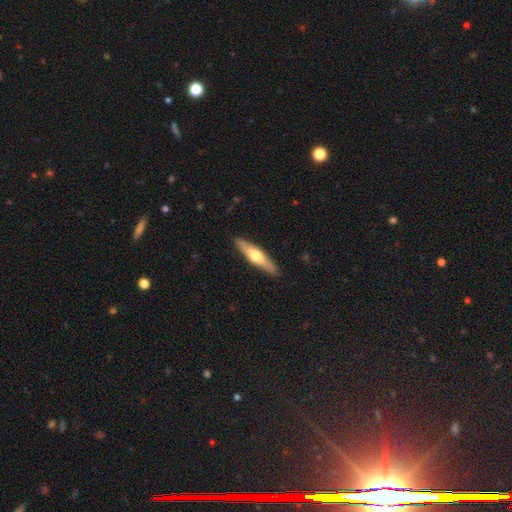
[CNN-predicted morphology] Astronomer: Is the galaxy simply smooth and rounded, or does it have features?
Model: featured or disk — 51% (runner-up: smooth, 44%).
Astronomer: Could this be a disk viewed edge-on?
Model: yes — 92%.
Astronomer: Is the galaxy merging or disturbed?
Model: none — 89%.